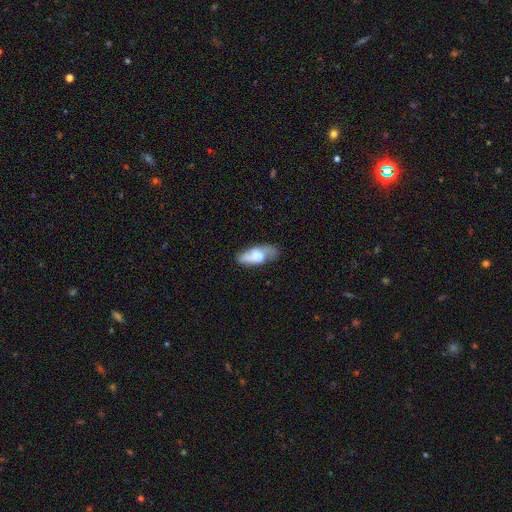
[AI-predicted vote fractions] This appears to be a smooth galaxy with no disk features (64%) that is in between round and cigar-shaped (81%). Merging: none (50%).